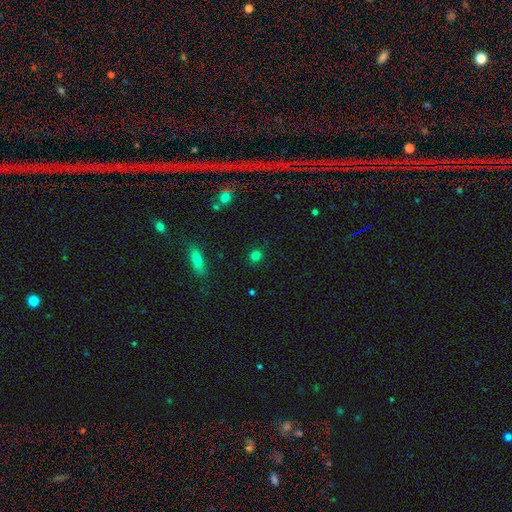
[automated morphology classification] smooth-or-featured: smooth: 79% | star or artifact: 16% | featured or disk: 5%
  how-rounded: round: 81% | in between: 17% | cigar-shaped: 2%
  merging: none: 88% | minor disturbance: 8% | major disturbance: 3% | merger: 2%